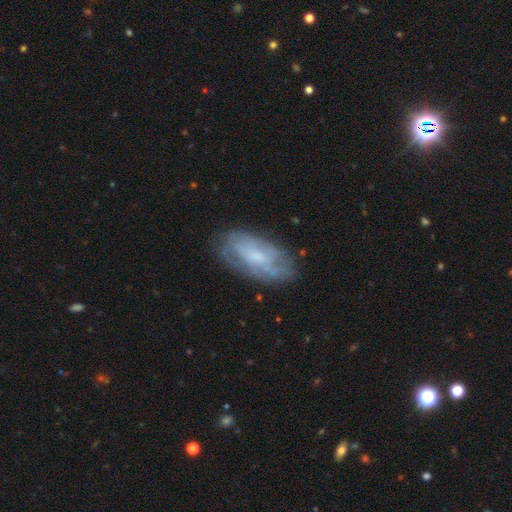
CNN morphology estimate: type=featured or disk (62%); edge-on=no (91%); bar=no (54%); spiral arms=yes (75%); bulge=small (49%); merging=none (74%).